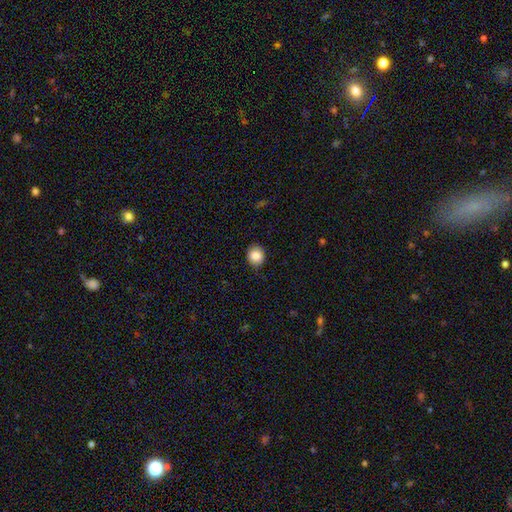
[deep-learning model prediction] This is clearly a smooth galaxy (87%). How rounded: clearly round (82%). Merging: clearly none (87%).